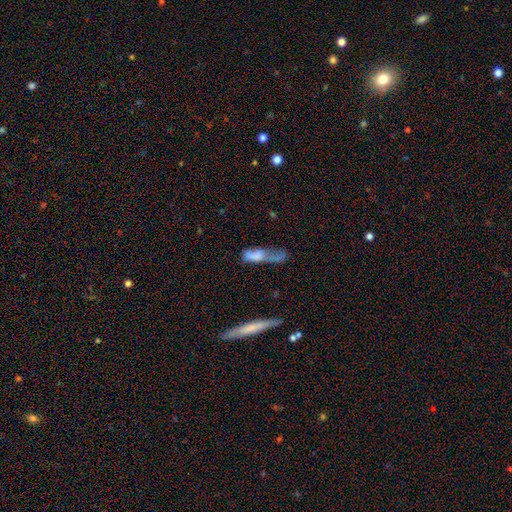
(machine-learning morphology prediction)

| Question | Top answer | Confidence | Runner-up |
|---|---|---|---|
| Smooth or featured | smooth | 62% | featured or disk (28%) |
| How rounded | in between | 48% | tied: cigar-shaped (48%) |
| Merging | major disturbance | 40% | minor disturbance (22%) |